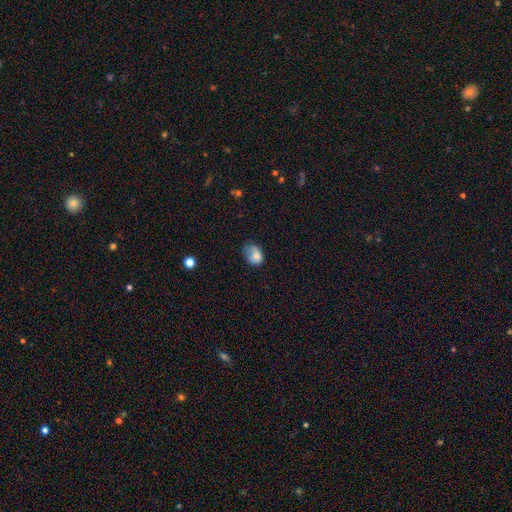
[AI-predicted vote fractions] A smooth galaxy with no disk features (77%) that is in between round and cigar-shaped (67%).

Vote fractions:
- Smooth or featured? smooth: 77% / featured or disk: 14% / star or artifact: 9%
- How rounded? in between: 67% / round: 32% / cigar-shaped: 1%
- Merging? minor disturbance: 39% / none: 31% / major disturbance: 26% / merger: 3%